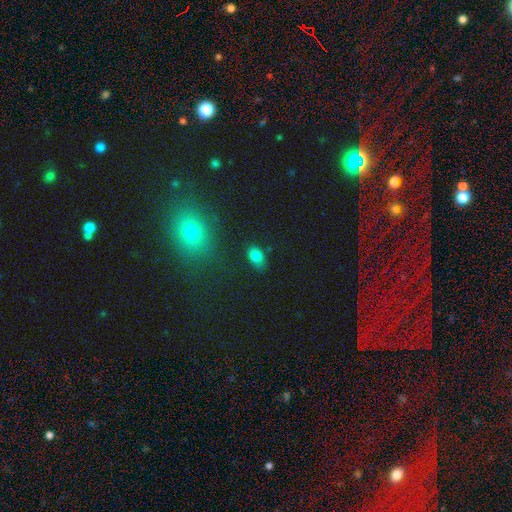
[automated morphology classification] Smooth or featured: smooth — 82% (star or artifact — 11%)
How rounded: in between — 81% (round — 17%)
Merging: none — 77% (minor disturbance — 17%)